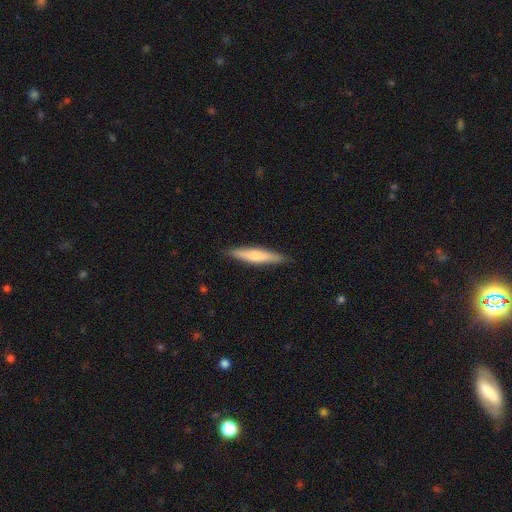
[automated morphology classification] type=smooth (64%); roundness=cigar-shaped (88%); merging=none (88%).